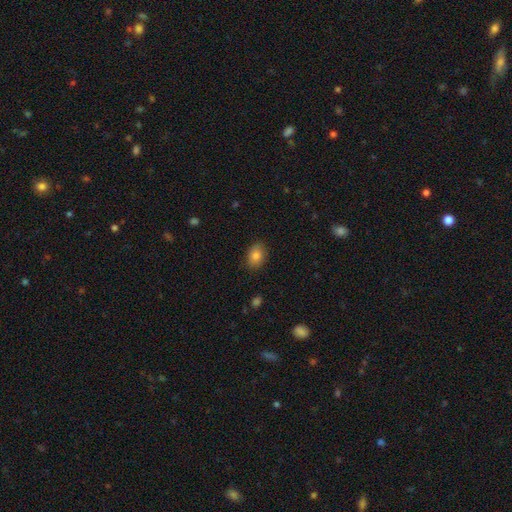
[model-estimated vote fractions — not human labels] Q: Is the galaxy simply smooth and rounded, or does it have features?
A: smooth — 84%.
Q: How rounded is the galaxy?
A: in between — 74%.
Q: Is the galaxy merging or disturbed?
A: none — 85%.